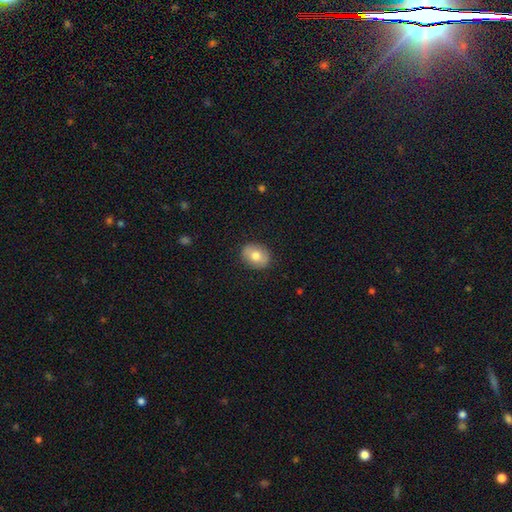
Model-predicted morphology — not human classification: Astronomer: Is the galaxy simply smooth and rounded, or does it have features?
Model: smooth — 72%.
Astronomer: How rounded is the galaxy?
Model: in between — 56% (runner-up: round, 43%).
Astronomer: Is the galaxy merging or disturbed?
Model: none — 88%.